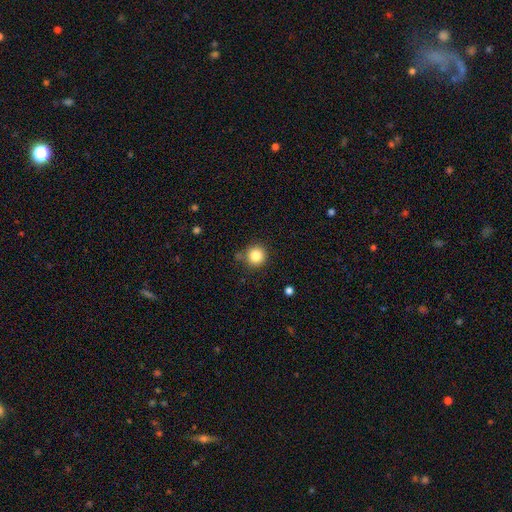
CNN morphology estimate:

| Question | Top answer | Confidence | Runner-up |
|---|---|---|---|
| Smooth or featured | smooth | 84% | star or artifact (11%) |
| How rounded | round | 94% | in between (5%) |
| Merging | none | 80% | minor disturbance (12%) |